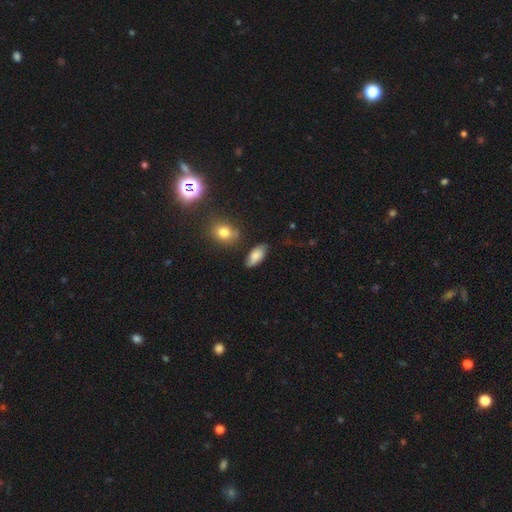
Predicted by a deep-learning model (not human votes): This is likely a smooth galaxy (75%). How rounded: clearly in between (89%). Merging: likely none (71%).